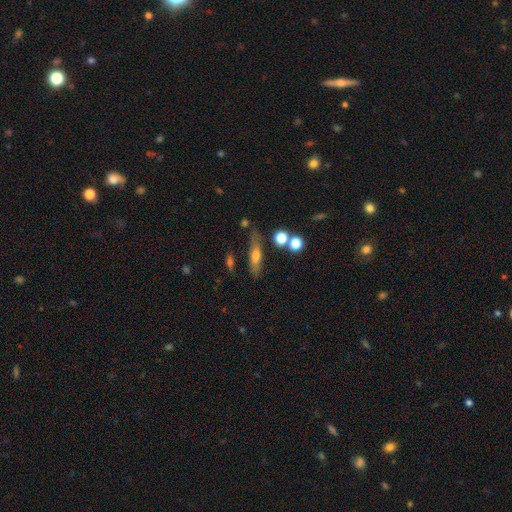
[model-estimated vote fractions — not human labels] Smooth or featured? smooth (55%)
How rounded? cigar-shaped (59%)
Merging? none (65%)